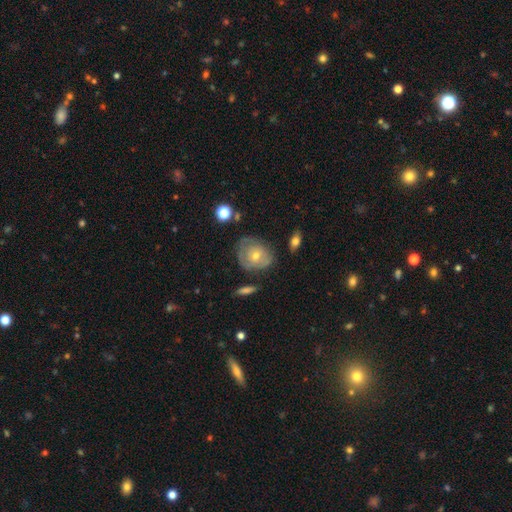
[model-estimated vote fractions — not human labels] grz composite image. It shows a featured or disk galaxy (57%) with no bar (83%), spiral arms (61%) and a small central bulge (53%). Merging: none (60%).